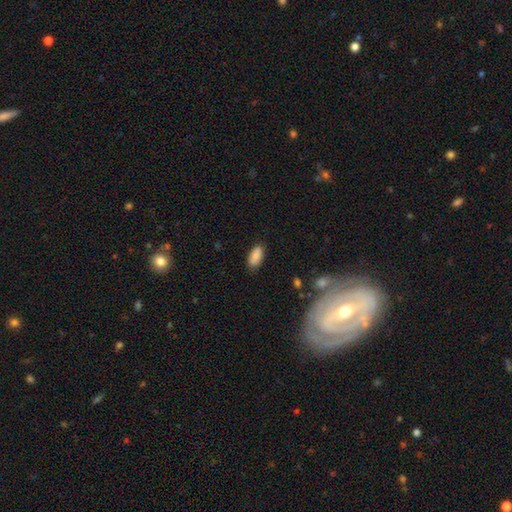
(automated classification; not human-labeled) smooth_or_featured: smooth (p=0.85) [alt: star or artifact p=0.08]
how_rounded: in between (p=0.91) [alt: cigar-shaped p=0.07]
merging: none (p=0.79) [alt: minor disturbance p=0.15]